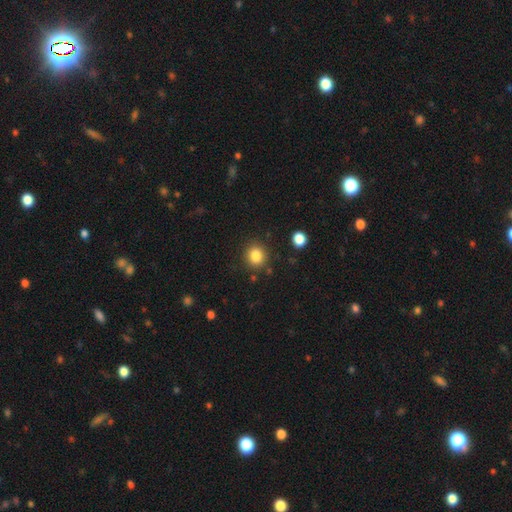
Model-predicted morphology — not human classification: Smooth or featured? smooth (84%)
How rounded? round (87%)
Merging? none (87%)